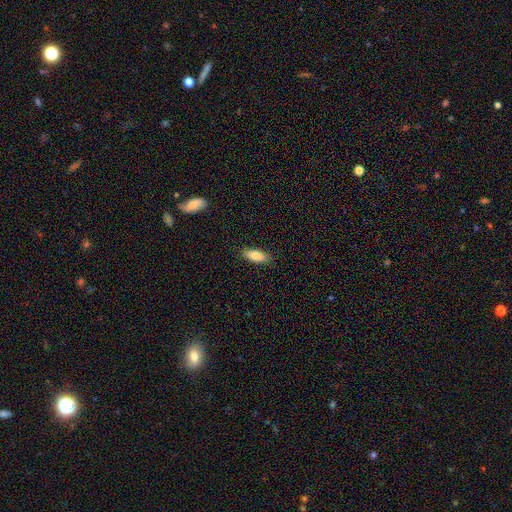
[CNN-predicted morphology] smooth_or_featured: smooth (p=0.84) [alt: featured or disk p=0.09]
how_rounded: in between (p=0.77) [alt: cigar-shaped p=0.21]
merging: none (p=0.87) [alt: minor disturbance p=0.10]